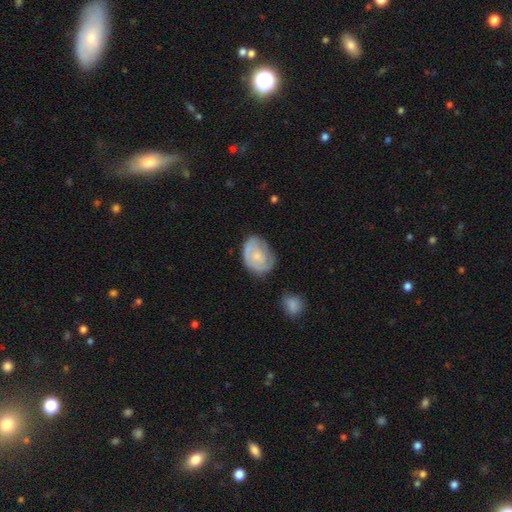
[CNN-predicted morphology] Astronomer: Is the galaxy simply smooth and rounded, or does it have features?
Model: featured or disk — 47% (runner-up: smooth, 46%).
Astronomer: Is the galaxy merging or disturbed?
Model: none — 61%.